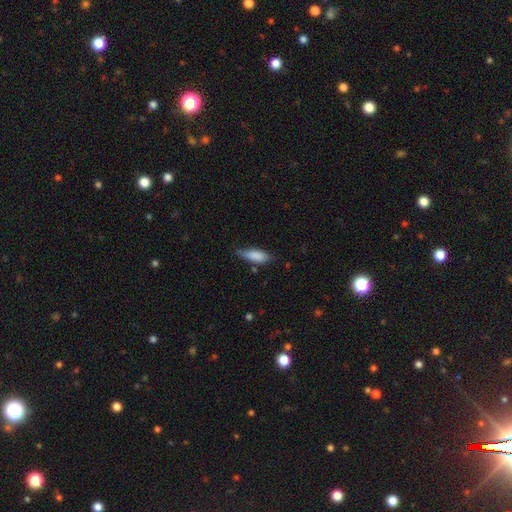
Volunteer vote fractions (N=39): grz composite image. It shows a smooth galaxy with no disk features (87%) that is in between round and cigar-shaped (79%). Merging: none (70%).